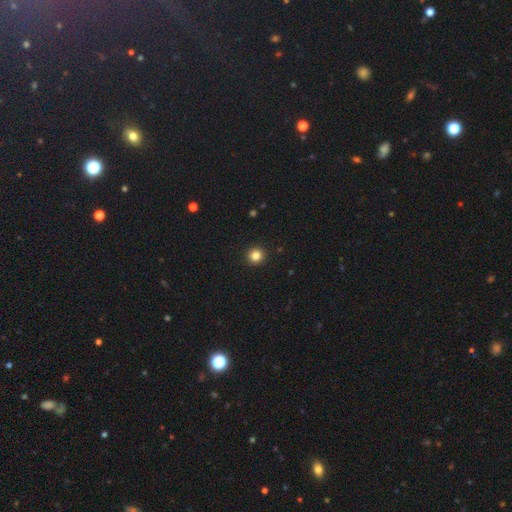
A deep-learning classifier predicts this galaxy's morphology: smooth-or-featured: smooth: 83% | star or artifact: 12% | featured or disk: 5%
  how-rounded: round: 95% | in between: 4% | cigar-shaped: 1%
  merging: none: 94% | minor disturbance: 4% | major disturbance: 1% | merger: 1%